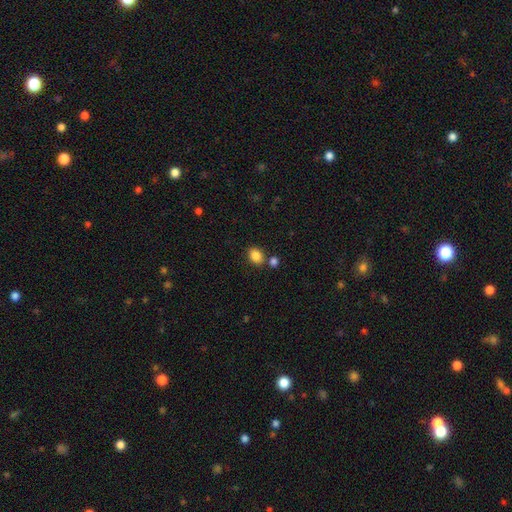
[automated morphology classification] Smooth or featured?
  - smooth: 86% *
  - star or artifact: 9%
  - featured or disk: 5%
How rounded?
  - in between: 71% *
  - round: 27%
  - cigar-shaped: 1%
Merging?
  - none: 71% *
  - merger: 15%
  - minor disturbance: 11%
  - major disturbance: 3%